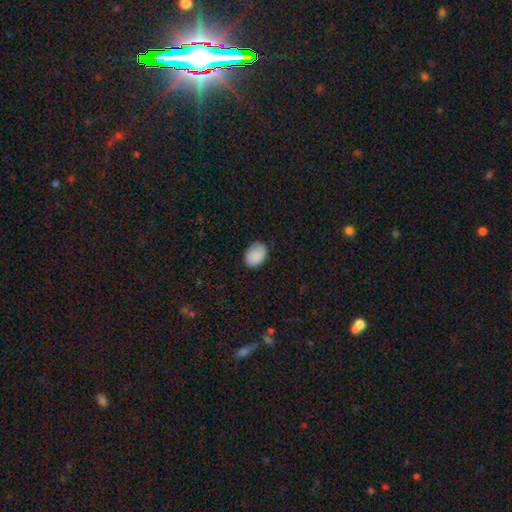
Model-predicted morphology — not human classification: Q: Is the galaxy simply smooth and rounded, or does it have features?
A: smooth — 88%.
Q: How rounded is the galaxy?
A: in between — 71%.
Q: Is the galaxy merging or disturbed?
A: none — 77%.